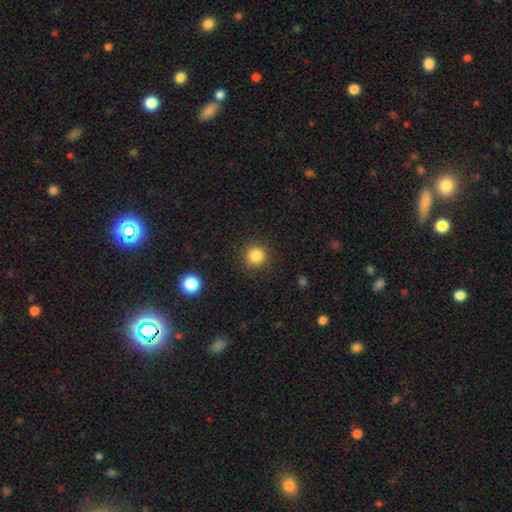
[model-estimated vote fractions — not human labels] This appears to be a smooth galaxy with no disk features (84%) that is round (93%). Merging: none (89%).